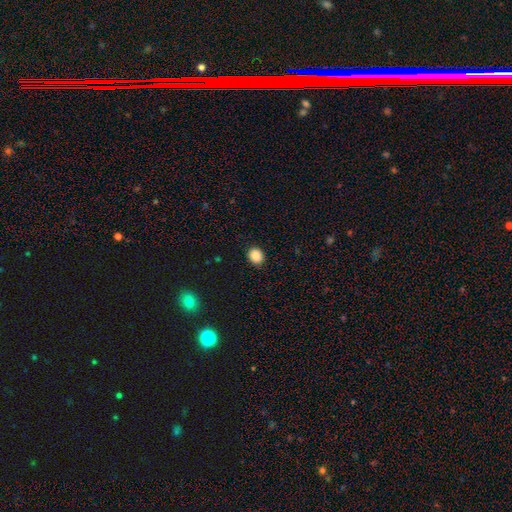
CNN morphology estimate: Overall: smooth (88%). How rounded: round (66%; in between 33%). Merging: none (90%).